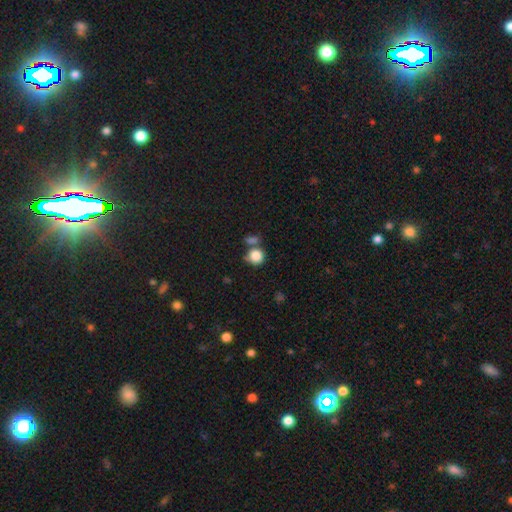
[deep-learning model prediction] Overall: smooth (85%). How rounded: round (86%). Merging: none (54%; merger 27%).